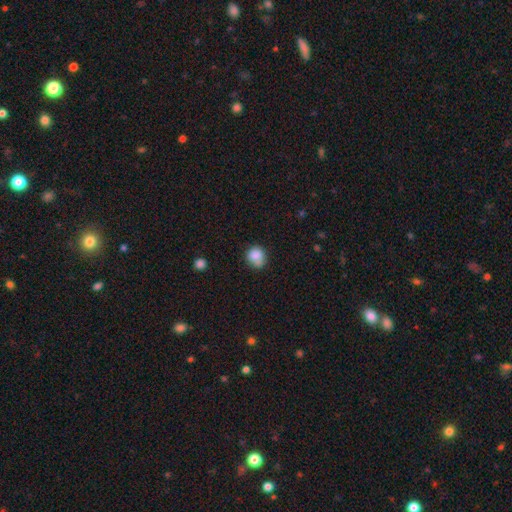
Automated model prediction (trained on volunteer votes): smooth-or-featured: smooth: 83% | star or artifact: 9% | featured or disk: 8%
  how-rounded: round: 77% | in between: 22% | cigar-shaped: 1%
  merging: none: 58% | minor disturbance: 25% | merger: 11% | major disturbance: 6%